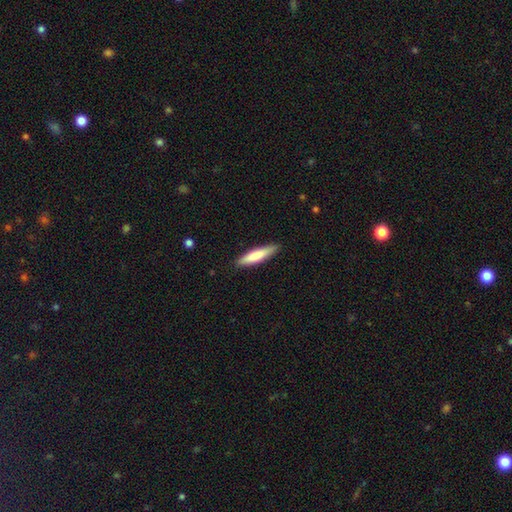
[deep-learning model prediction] Q: Smooth or featured?
A: smooth (75%); runner-up: featured or disk (20%)
Q: How rounded?
A: cigar-shaped (81%); runner-up: in between (18%)
Q: Merging?
A: none (89%); runner-up: minor disturbance (9%)